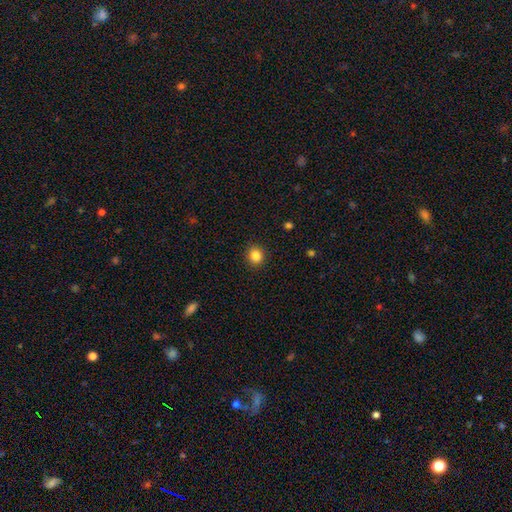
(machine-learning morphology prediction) smooth_or_featured: smooth (p=0.85) [alt: star or artifact p=0.11]
how_rounded: round (p=0.85) [alt: in between p=0.15]
merging: none (p=0.90) [alt: minor disturbance p=0.07]